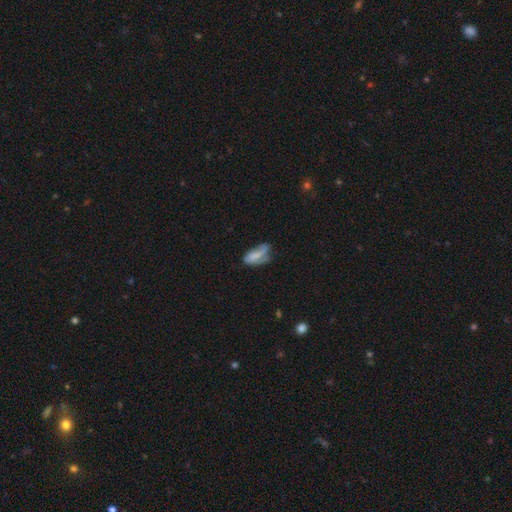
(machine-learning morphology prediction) A smooth galaxy with no disk features (60%) that is in between round and cigar-shaped (78%). Merging: none (33%).